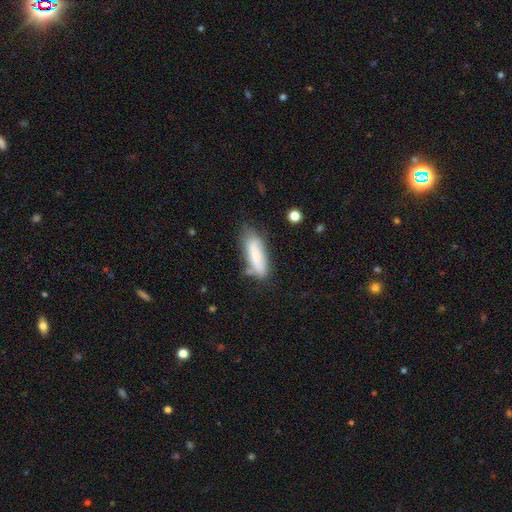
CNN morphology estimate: smooth-or-featured: smooth: 69% | featured or disk: 24% | star or artifact: 7%
  how-rounded: in between: 58% | cigar-shaped: 40% | round: 2%
  merging: none: 57% | minor disturbance: 27% | major disturbance: 8% | merger: 8%